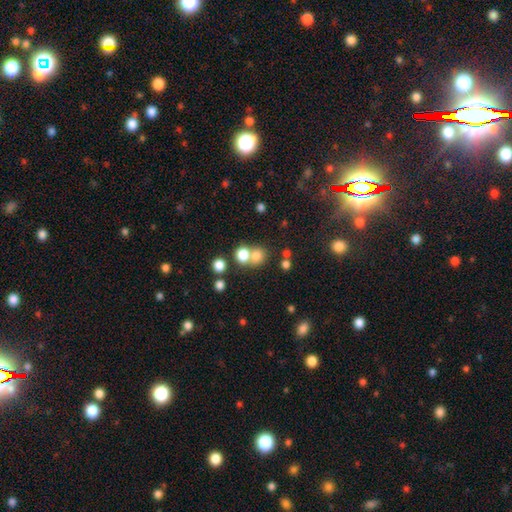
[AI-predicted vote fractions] This is likely a smooth galaxy (74%). How rounded: likely round (77%). Merging: possibly none (46%).